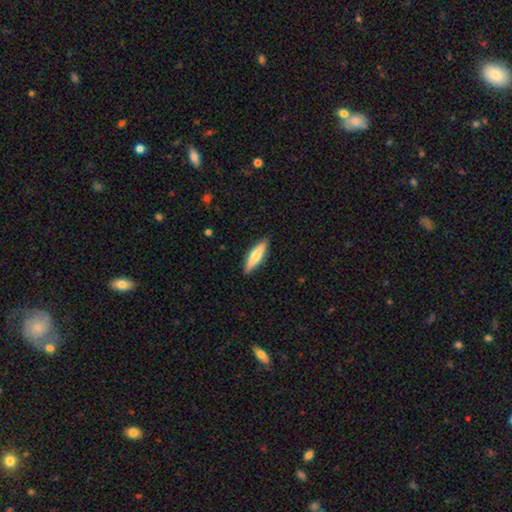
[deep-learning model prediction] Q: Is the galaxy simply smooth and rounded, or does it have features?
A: smooth — 65%.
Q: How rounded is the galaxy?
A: cigar-shaped — 65%.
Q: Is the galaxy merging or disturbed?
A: none — 89%.